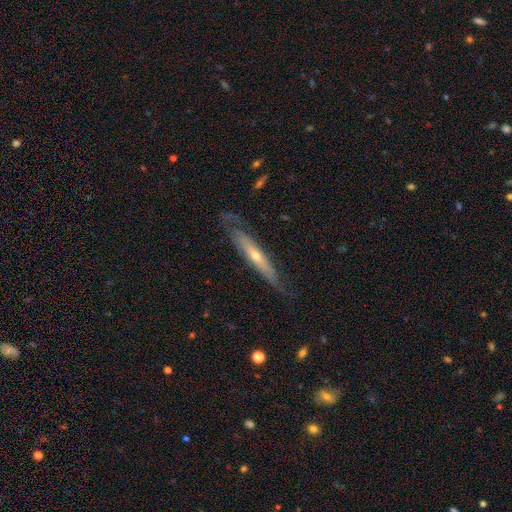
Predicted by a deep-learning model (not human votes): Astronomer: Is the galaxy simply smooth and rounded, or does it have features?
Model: featured or disk — 69%.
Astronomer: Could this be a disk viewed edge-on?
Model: yes — 68%.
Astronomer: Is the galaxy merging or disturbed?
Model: none — 69%.